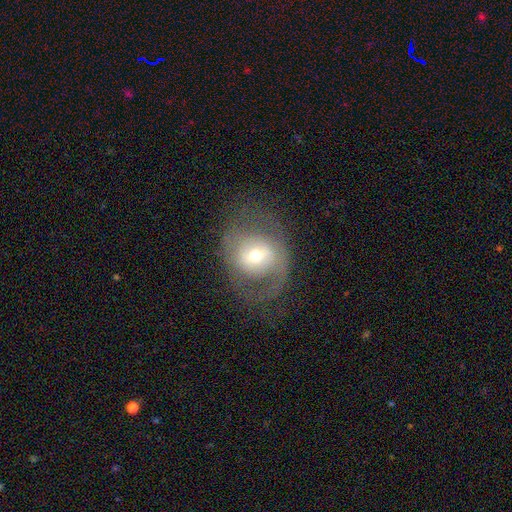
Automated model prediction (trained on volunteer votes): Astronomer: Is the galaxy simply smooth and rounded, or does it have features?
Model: featured or disk — 56% (runner-up: smooth, 34%).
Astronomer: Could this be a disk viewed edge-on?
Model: no — 94%.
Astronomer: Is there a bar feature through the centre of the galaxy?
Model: no — 47% (runner-up: weak, 35%).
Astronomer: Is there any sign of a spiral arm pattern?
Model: yes — 53% (runner-up: no, 47%).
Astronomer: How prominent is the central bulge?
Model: moderate — 55% (runner-up: small, 35%).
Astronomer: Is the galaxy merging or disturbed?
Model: none — 62%.